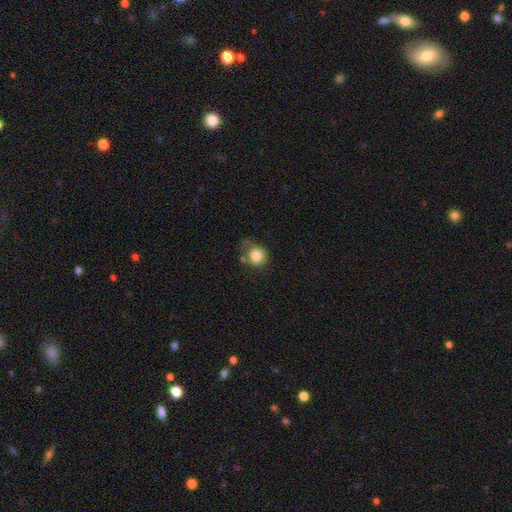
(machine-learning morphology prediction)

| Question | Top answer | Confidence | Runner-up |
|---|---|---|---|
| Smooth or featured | smooth | 80% | featured or disk (11%) |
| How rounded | round | 75% | in between (24%) |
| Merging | none | 46% | minor disturbance (28%) |